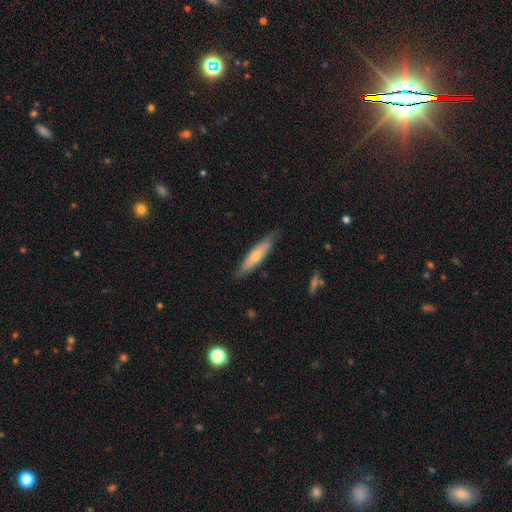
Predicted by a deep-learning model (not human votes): Smooth or featured? smooth (57%)
How rounded? cigar-shaped (80%)
Merging? none (79%)